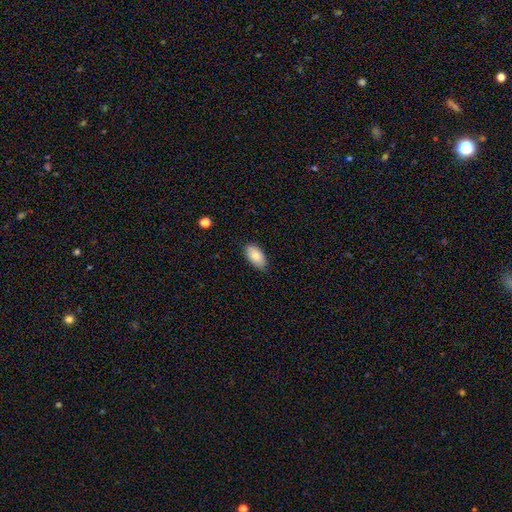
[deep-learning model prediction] Overall: smooth (82%). How rounded: in between (94%). Merging: none (73%).